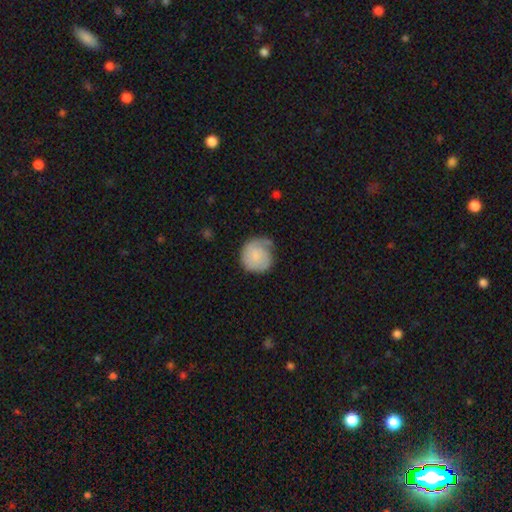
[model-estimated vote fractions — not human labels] This is likely a smooth galaxy (68%). How rounded: clearly round (88%). Merging: possibly none (48%).